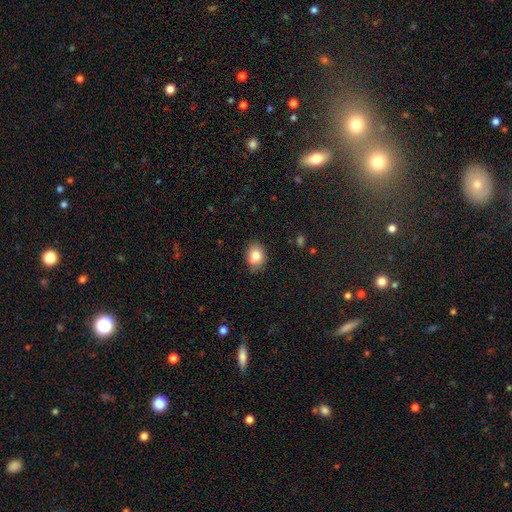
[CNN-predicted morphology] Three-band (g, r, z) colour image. It shows a smooth galaxy with no disk features (81%) that is in between round and cigar-shaped (60%). Merging: none (75%).